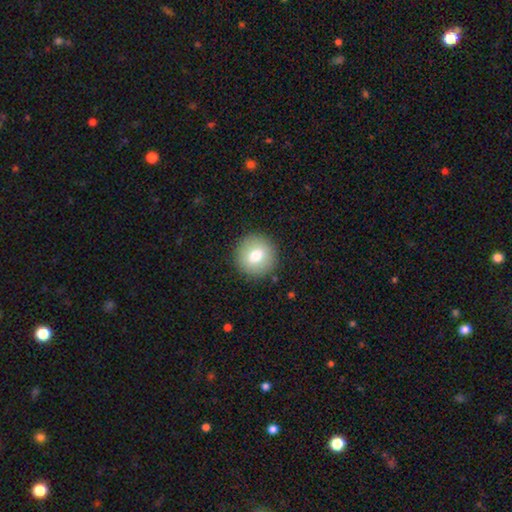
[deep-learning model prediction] Smooth or featured? Predicted: smooth (p=0.73). How rounded? Predicted: round (p=0.94). Merging? Predicted: none (p=0.90).